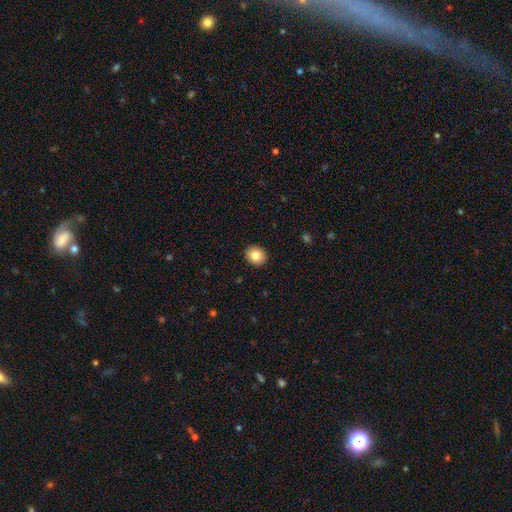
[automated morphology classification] Smooth or featured: smooth — 84% (star or artifact — 9%)
How rounded: round — 76% (in between — 24%)
Merging: none — 92% (minor disturbance — 5%)